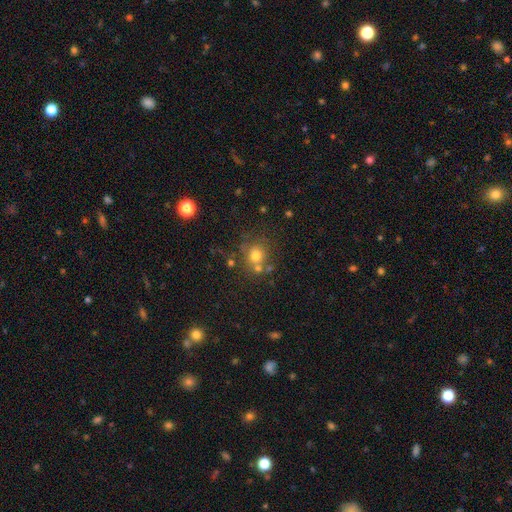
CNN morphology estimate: Overall: smooth (70%). How rounded: round (84%). Merging: none (63%).